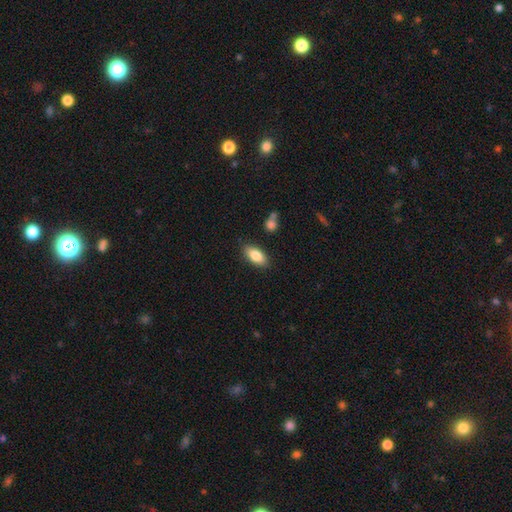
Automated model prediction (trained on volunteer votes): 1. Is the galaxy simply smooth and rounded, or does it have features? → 83% smooth, 11% featured or disk, 7% star or artifact.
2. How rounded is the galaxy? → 88% in between, 9% cigar-shaped, 3% round.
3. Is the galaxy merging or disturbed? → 85% none, 10% minor disturbance, 2% merger, 2% major disturbance.